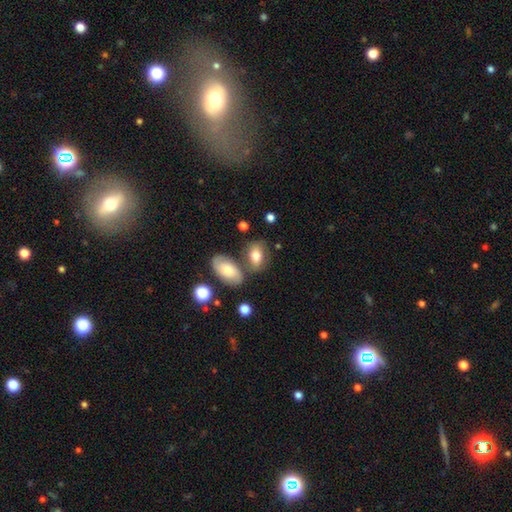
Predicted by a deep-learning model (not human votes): Smooth or featured?
  - smooth: 71% *
  - featured or disk: 21%
  - star or artifact: 8%
How rounded?
  - in between: 81% *
  - round: 17%
  - cigar-shaped: 2%
Merging?
  - none: 56% *
  - merger: 23%
  - minor disturbance: 16%
  - major disturbance: 6%